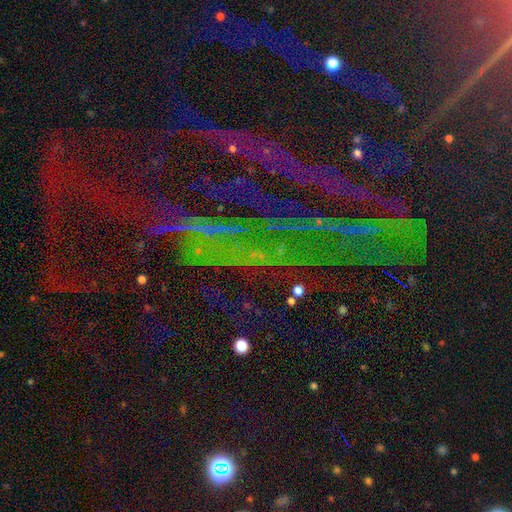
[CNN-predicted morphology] Overall: star or artifact (83%).